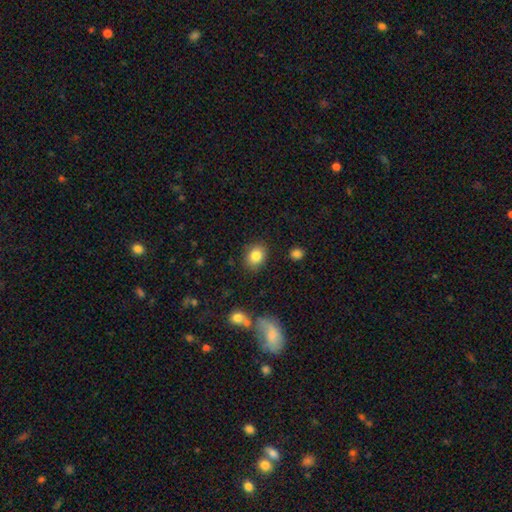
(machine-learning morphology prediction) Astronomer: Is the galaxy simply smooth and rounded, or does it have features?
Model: smooth — 85%.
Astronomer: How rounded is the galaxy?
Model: round — 50% (runner-up: in between, 49%).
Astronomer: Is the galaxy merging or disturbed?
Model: none — 85%.